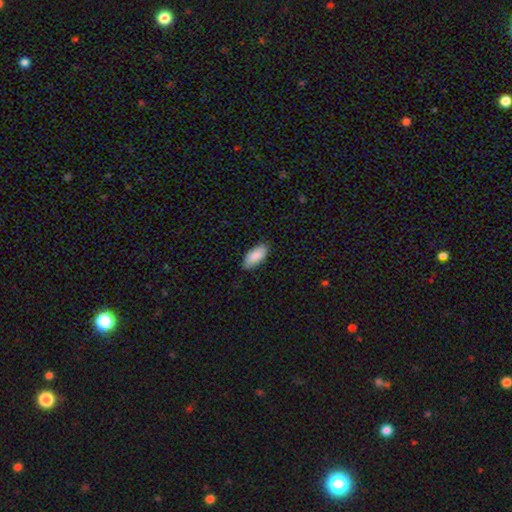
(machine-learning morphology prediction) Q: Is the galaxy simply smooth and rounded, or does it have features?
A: smooth — 88%.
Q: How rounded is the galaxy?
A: in between — 89%.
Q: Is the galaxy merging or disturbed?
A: none — 84%.